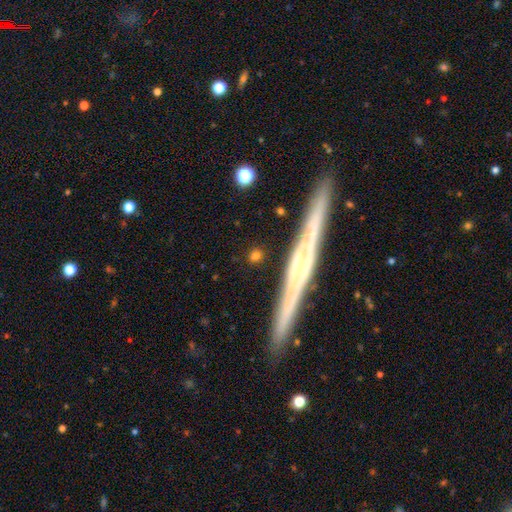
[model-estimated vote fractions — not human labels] smooth_or_featured: smooth (p=0.70) [alt: featured or disk p=0.18]
how_rounded: round (p=0.68) [alt: in between p=0.16]
merging: none (p=0.84) [alt: minor disturbance p=0.10]